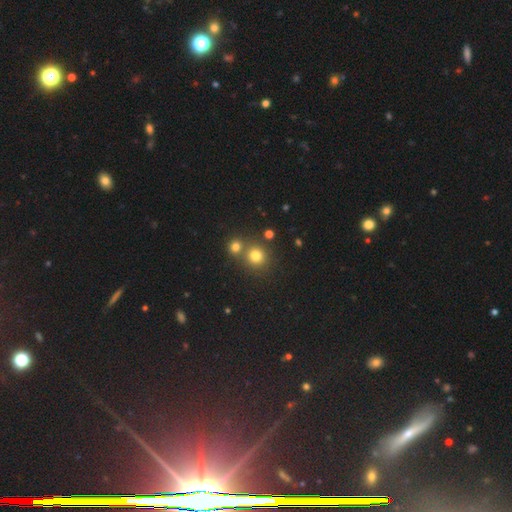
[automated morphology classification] Smooth or featured?
  - smooth: 76% *
  - star or artifact: 16%
  - featured or disk: 7%
How rounded?
  - round: 90% *
  - in between: 9%
  - cigar-shaped: 1%
Merging?
  - none: 67% *
  - merger: 25%
  - minor disturbance: 6%
  - major disturbance: 2%